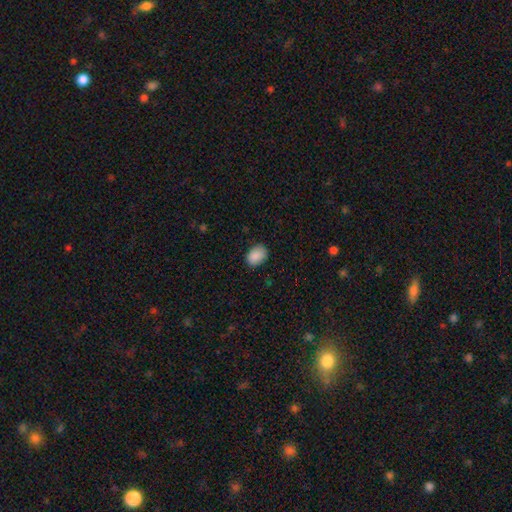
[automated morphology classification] Smooth or featured? smooth (89%)
How rounded? in between (76%)
Merging? none (82%)